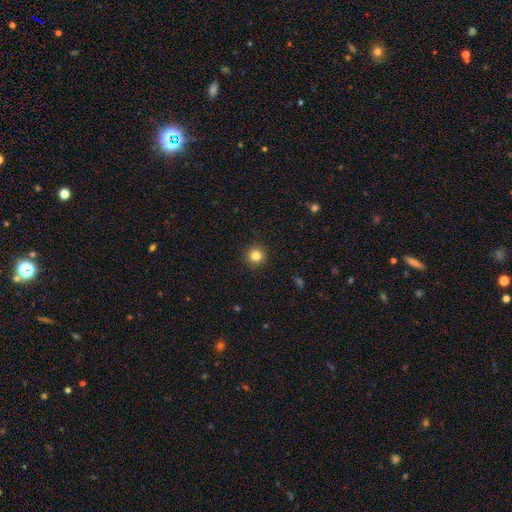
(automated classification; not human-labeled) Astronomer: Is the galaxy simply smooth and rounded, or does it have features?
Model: smooth — 84%.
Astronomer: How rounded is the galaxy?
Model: round — 95%.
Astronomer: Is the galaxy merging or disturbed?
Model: none — 93%.